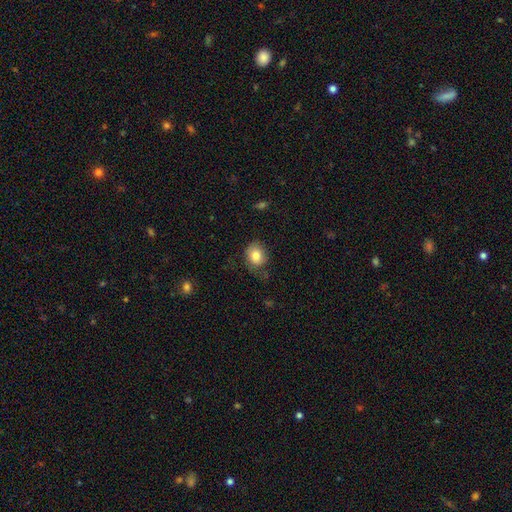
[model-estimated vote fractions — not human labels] A smooth galaxy with no disk features (82%) that is round (55%).

Vote fractions:
- Smooth or featured? smooth: 82% / featured or disk: 9% / star or artifact: 9%
- How rounded? round: 55% / in between: 44% / cigar-shaped: 1%
- Merging? none: 67% / minor disturbance: 24% / major disturbance: 8% / merger: 2%